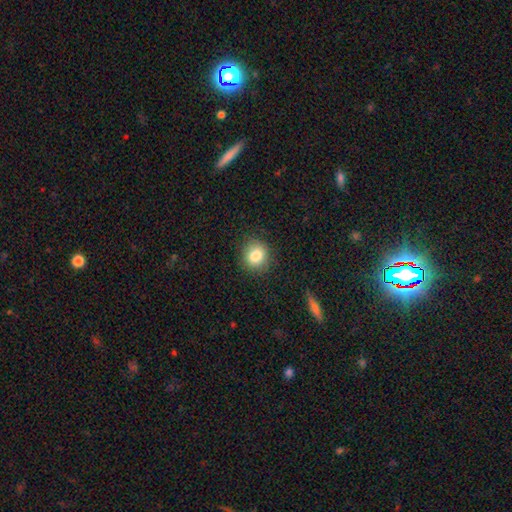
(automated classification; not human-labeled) Overall: smooth (83%). How rounded: round (79%). Merging: none (87%).